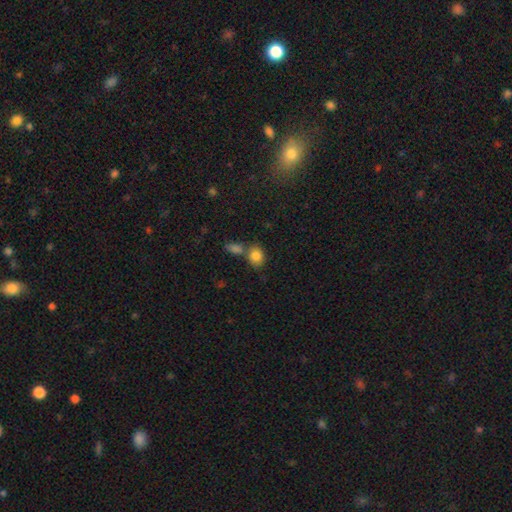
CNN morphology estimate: Smooth or featured: smooth — 84% (star or artifact — 9%)
How rounded: in between — 52% (round — 47%)
Merging: none — 55% (merger — 30%)